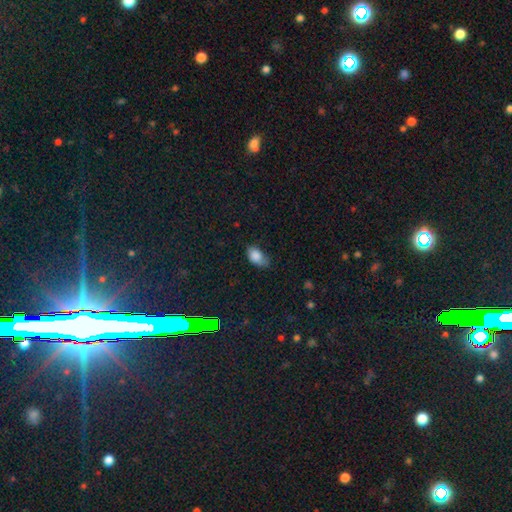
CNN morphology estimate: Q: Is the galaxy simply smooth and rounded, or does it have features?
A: smooth — 83%.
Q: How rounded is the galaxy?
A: in between — 91%.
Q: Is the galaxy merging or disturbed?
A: none — 51%.